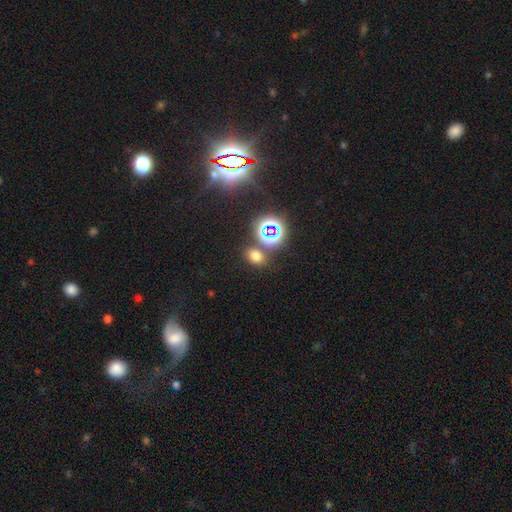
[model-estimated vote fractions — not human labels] Smooth or featured? smooth (64%)
How rounded? in between (62%)
Merging? none (76%)